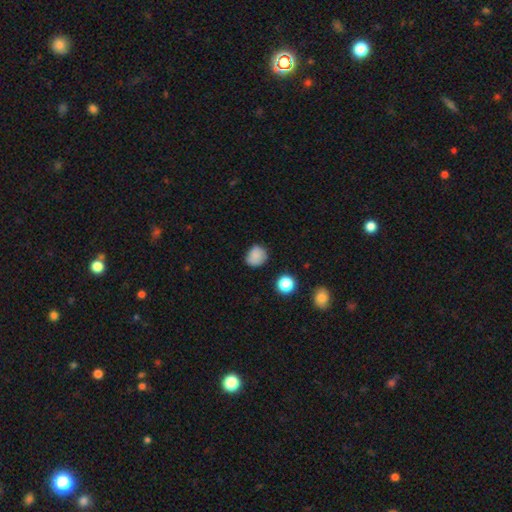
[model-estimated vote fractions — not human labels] Overall: smooth (84%). How rounded: round (69%; in between 30%). Merging: none (72%).